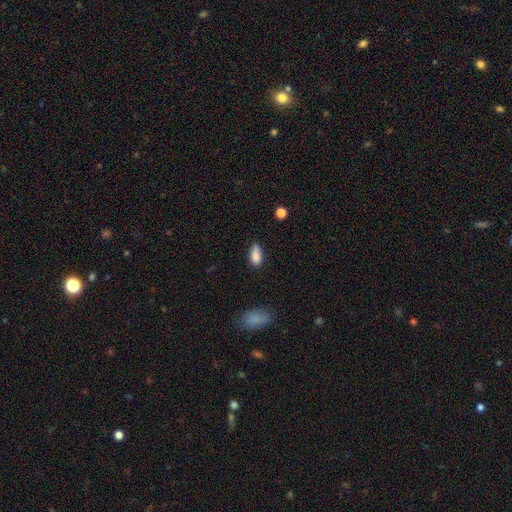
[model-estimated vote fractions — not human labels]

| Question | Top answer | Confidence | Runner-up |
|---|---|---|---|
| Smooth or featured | smooth | 86% | star or artifact (8%) |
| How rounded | in between | 87% | cigar-shaped (10%) |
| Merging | none | 68% | minor disturbance (25%) |